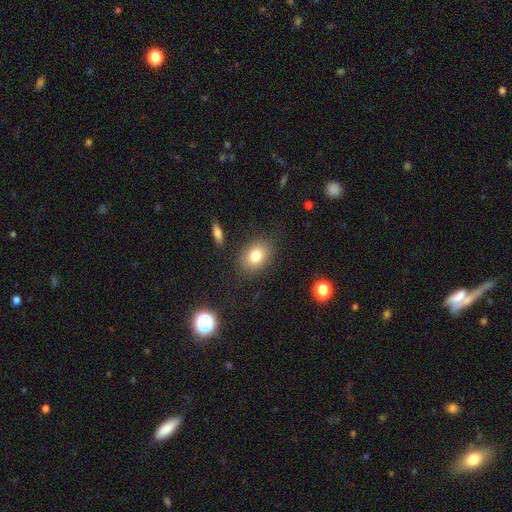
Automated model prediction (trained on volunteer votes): Smooth or featured? smooth (80%)
How rounded? in between (66%)
Merging? none (84%)